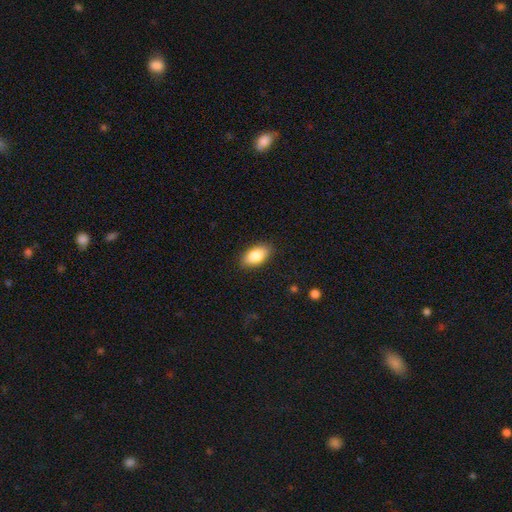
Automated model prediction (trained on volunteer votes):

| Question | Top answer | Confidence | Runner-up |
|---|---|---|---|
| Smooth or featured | smooth | 84% | featured or disk (10%) |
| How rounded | in between | 92% | round (4%) |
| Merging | none | 88% | minor disturbance (9%) |